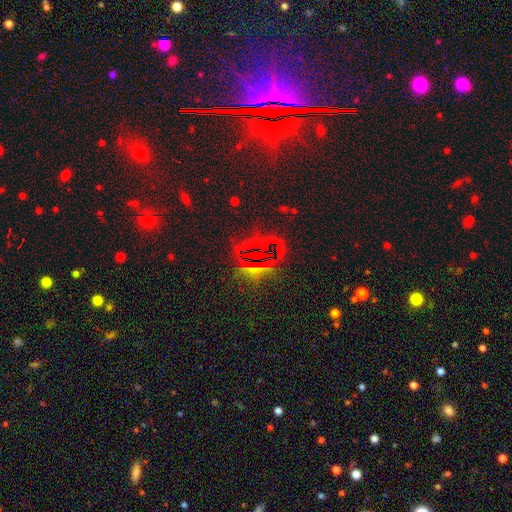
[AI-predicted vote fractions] Overall: star or artifact (76%).